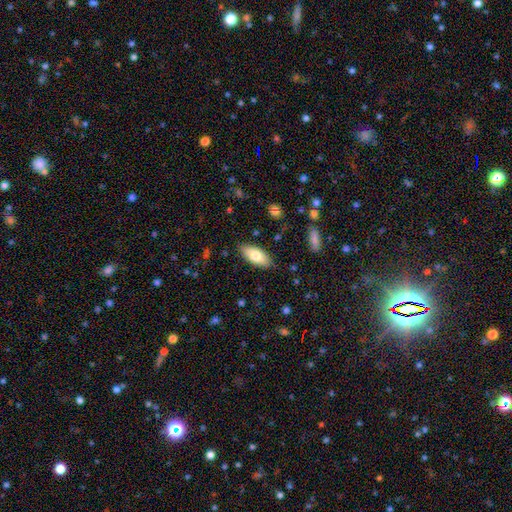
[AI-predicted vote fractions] Smooth or featured?
  - smooth: 76% *
  - featured or disk: 18%
  - star or artifact: 6%
How rounded?
  - in between: 87% *
  - cigar-shaped: 11%
  - round: 2%
Merging?
  - none: 85% *
  - minor disturbance: 11%
  - major disturbance: 2%
  - merger: 1%